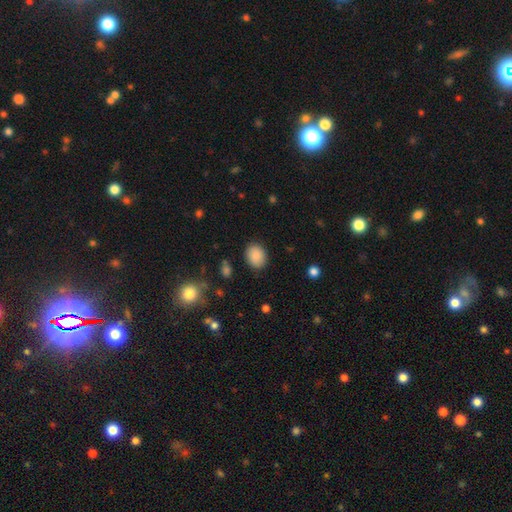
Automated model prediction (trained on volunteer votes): This appears to be a smooth galaxy with no disk features (87%) that is in between round and cigar-shaped (54%). Merging: none (85%).